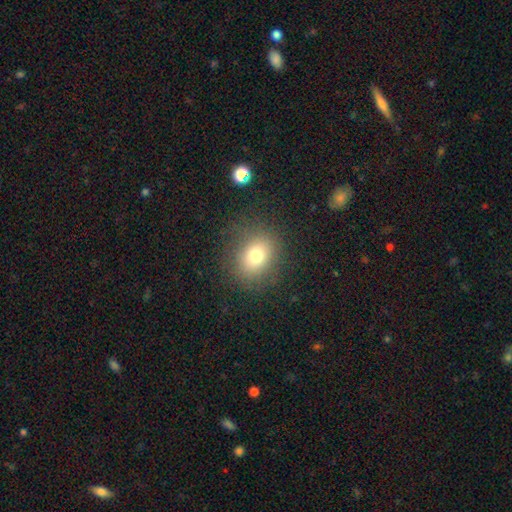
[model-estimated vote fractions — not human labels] Smooth or featured? Predicted: smooth (p=0.75). How rounded? Predicted: round (p=0.59). Merging? Predicted: none (p=0.82).